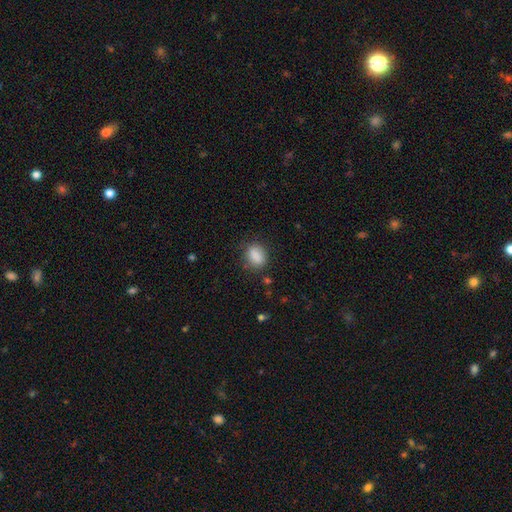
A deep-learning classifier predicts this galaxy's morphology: type=smooth (86%); roundness=in between (69%); merging=none (78%).